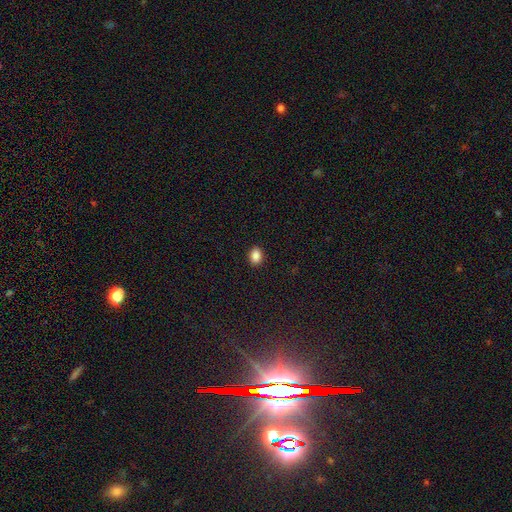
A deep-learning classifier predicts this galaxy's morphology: Smooth or featured: smooth — 87% (star or artifact — 10%)
How rounded: in between — 61% (round — 38%)
Merging: none — 91% (minor disturbance — 6%)